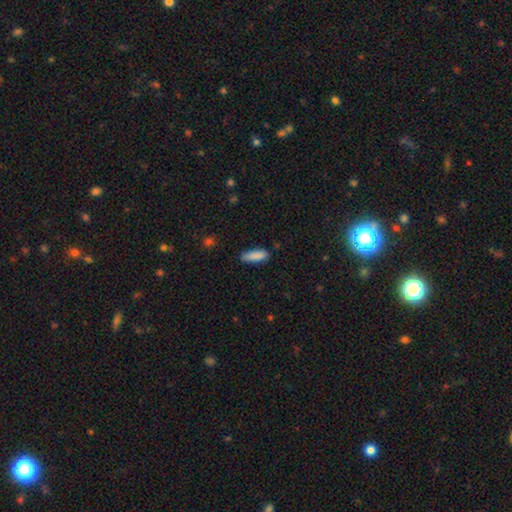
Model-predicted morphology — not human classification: A smooth galaxy with no disk features (89%) that is in between round and cigar-shaped (58%).

Vote fractions:
- Smooth or featured? smooth: 89% / star or artifact: 7% / featured or disk: 5%
- How rounded? in between: 58% / cigar-shaped: 41% / round: 2%
- Merging? none: 82% / minor disturbance: 14% / major disturbance: 3% / merger: 1%